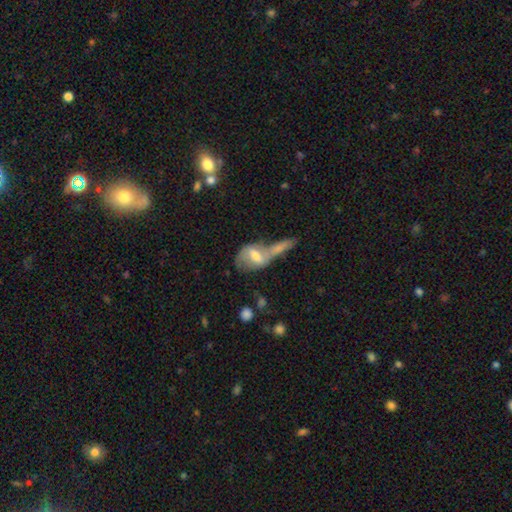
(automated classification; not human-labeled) Morphology: type=featured or disk (49%); merging=merger (54%).